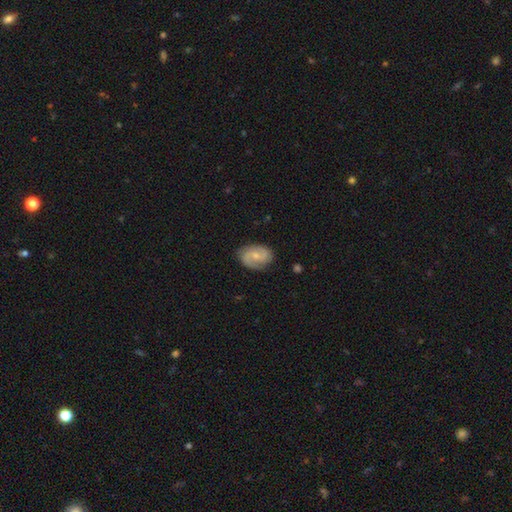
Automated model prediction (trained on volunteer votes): smooth-or-featured: featured or disk: 74% | smooth: 21% | star or artifact: 6%
  disk-edge-on: no: 97% | yes: 3%
    bar: no: 52% | weak: 41% | strong: 7%
    has-spiral-arms: yes: 94% | no: 6%
      spiral-winding: medium: 47% | tight: 33% | loose: 19%
      spiral-arm-count: 2: 86% | can't tell: 7% | 3: 3% | 1: 2% | 4: 1% | more than 4: 1%
    bulge-size: small: 55% | moderate: 38% | none: 4% | large: 1% | dominant: 1%
  merging: none: 82% | minor disturbance: 14% | major disturbance: 3% | merger: 1%